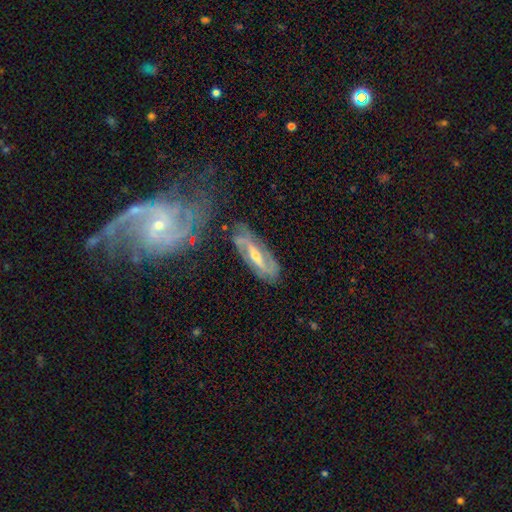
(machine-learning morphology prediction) smooth-or-featured: featured or disk: 81% | smooth: 13% | star or artifact: 6%
  disk-edge-on: no: 84% | yes: 16%
    bar: strong: 50% | weak: 33% | no: 16%
    has-spiral-arms: yes: 90% | no: 10%
      spiral-winding: medium: 41% | tight: 31% | loose: 29%
      spiral-arm-count: 2: 81% | can't tell: 11% | 3: 3% | 1: 3% | 4: 1% | more than 4: 1%
    bulge-size: moderate: 50% | small: 45% | large: 2% | none: 2% | dominant: 1%
  merging: none: 71% | minor disturbance: 18% | major disturbance: 7% | merger: 4%